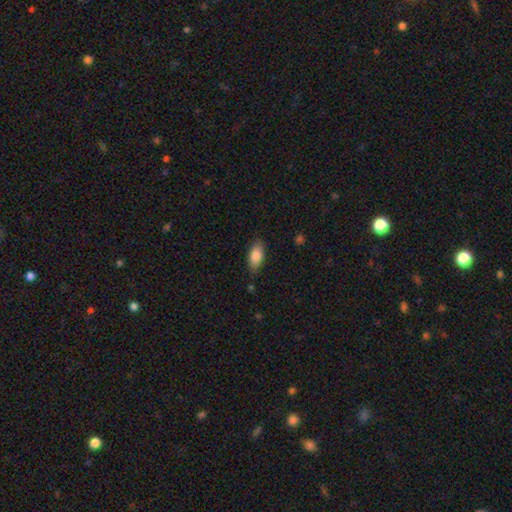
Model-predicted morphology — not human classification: Overall: smooth (84%). How rounded: in between (86%). Merging: none (82%).